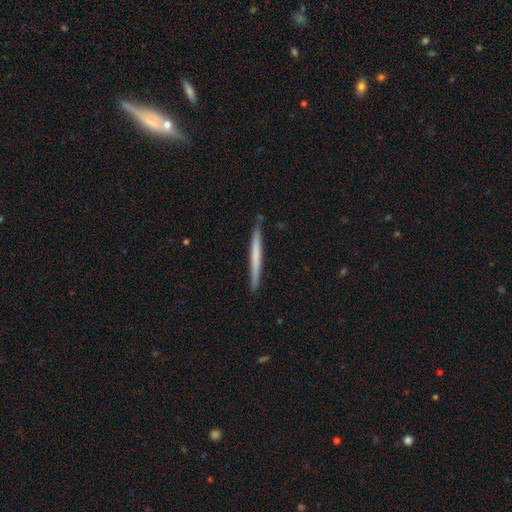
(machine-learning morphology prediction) type=smooth (54%); roundness=cigar-shaped (97%); merging=none (89%).